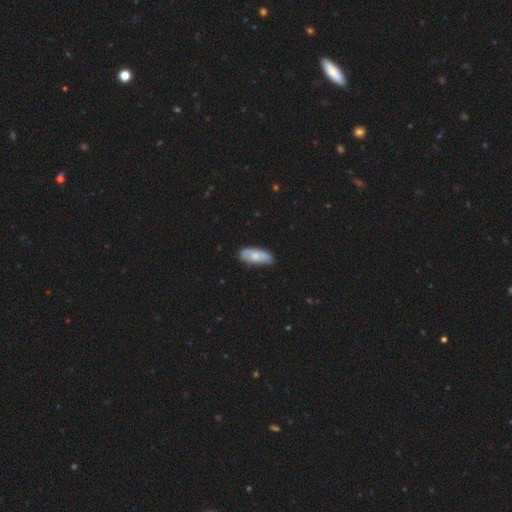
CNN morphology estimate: Smooth or featured? Predicted: smooth (p=0.63). How rounded? Predicted: in between (p=0.76). Merging? Predicted: none (p=0.71).